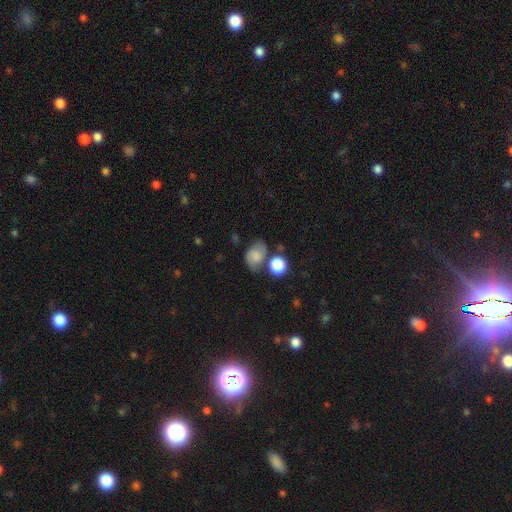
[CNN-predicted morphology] The model was most divided on "how rounded": in between: 64%, round: 34%, cigar-shaped: 1%. More confident: smooth or featured — smooth (65%); merging — none (54%).